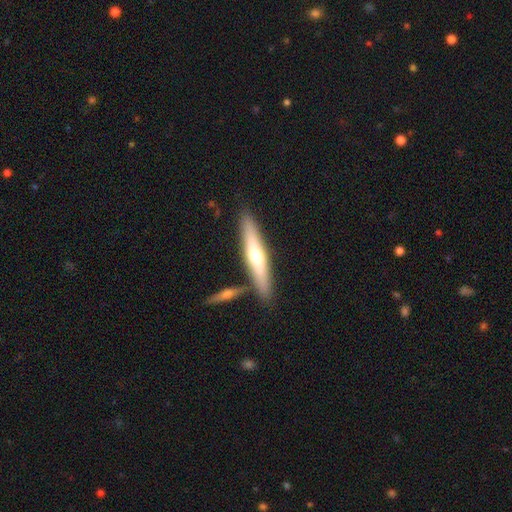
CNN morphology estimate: Smooth or featured? featured or disk (48%)
Merging? none (79%)